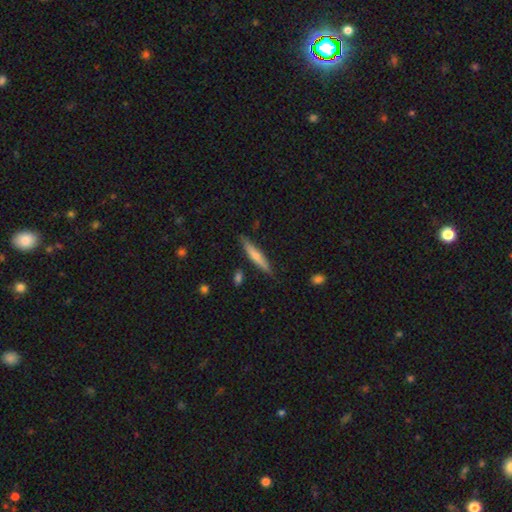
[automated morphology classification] Q: Smooth or featured?
A: smooth (51%); runner-up: featured or disk (43%)
Q: How rounded?
A: cigar-shaped (90%); runner-up: in between (8%)
Q: Merging?
A: none (85%); runner-up: minor disturbance (11%)